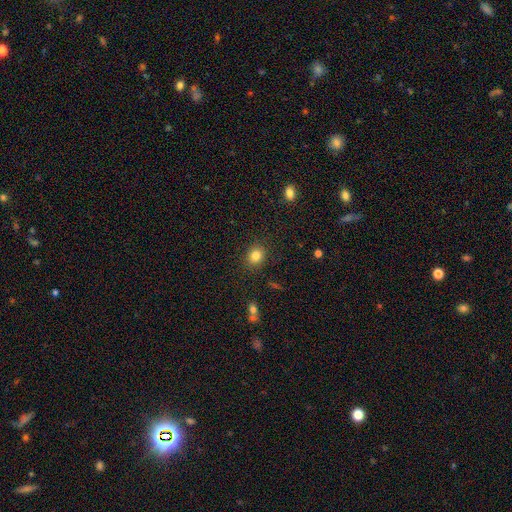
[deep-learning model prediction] smooth-or-featured: smooth: 82% | star or artifact: 11% | featured or disk: 7%
  how-rounded: round: 67% | in between: 32% | cigar-shaped: 1%
  merging: none: 88% | minor disturbance: 8% | major disturbance: 3% | merger: 1%